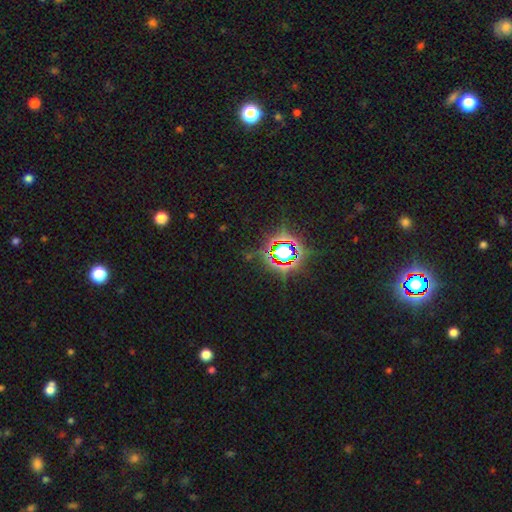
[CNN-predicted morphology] Smooth or featured? Predicted: star or artifact (p=0.80).